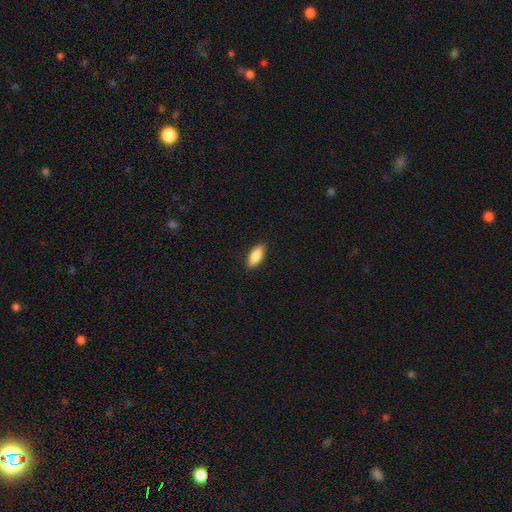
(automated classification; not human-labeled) Q: Smooth or featured?
A: smooth (87%); runner-up: featured or disk (6%)
Q: How rounded?
A: in between (85%); runner-up: cigar-shaped (13%)
Q: Merging?
A: none (89%); runner-up: minor disturbance (8%)